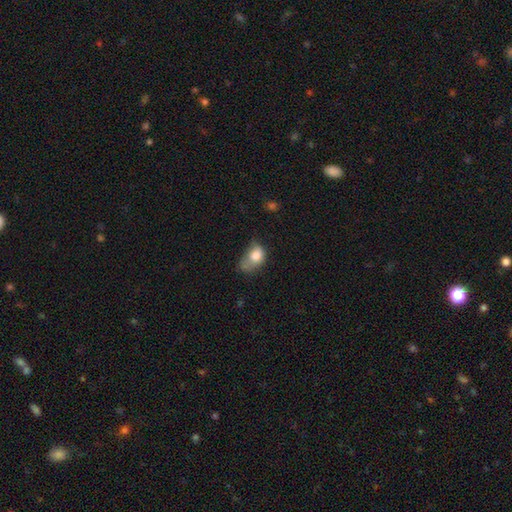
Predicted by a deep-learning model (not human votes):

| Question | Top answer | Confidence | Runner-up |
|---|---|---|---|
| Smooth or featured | smooth | 75% | featured or disk (17%) |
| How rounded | in between | 73% | round (25%) |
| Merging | major disturbance | 35% | minor disturbance (32%) |